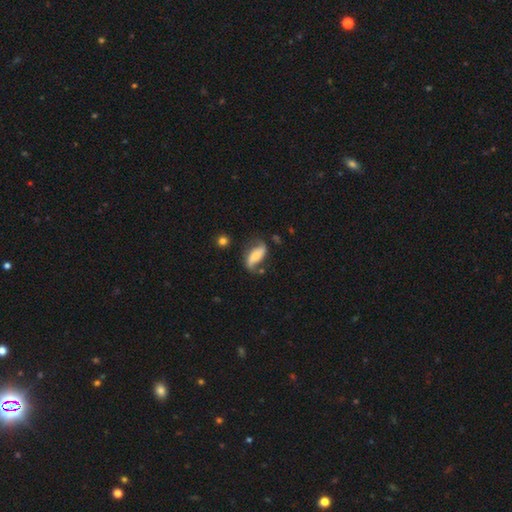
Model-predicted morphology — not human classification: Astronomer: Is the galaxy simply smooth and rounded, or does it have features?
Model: featured or disk — 58% (runner-up: smooth, 35%).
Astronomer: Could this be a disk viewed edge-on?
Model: no — 87%.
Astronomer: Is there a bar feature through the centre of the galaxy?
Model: no — 50% (runner-up: strong, 26%).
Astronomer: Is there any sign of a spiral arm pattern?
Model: yes — 85%.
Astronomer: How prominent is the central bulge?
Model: moderate — 48% (runner-up: small, 40%).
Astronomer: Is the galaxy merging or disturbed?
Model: none — 59%.